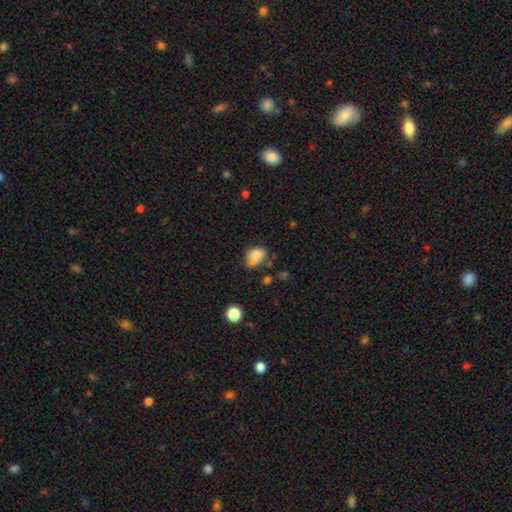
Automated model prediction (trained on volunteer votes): Smooth or featured: smooth — 75% (featured or disk — 14%)
How rounded: in between — 75% (round — 23%)
Merging: none — 37% (minor disturbance — 26%)